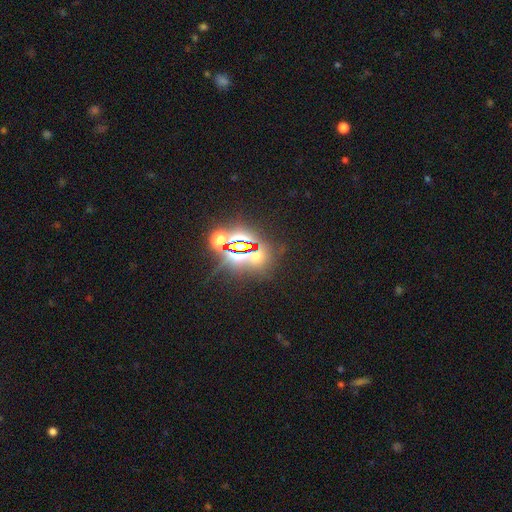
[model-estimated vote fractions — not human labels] Smooth or featured? star or artifact (67%)